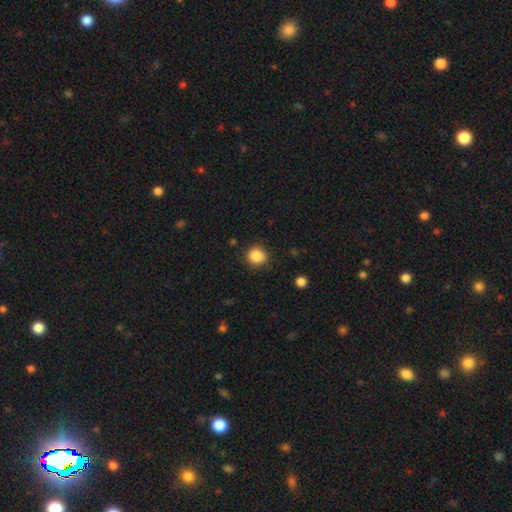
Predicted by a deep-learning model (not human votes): smooth_or_featured: smooth (p=0.87) [alt: star or artifact p=0.10]
how_rounded: round (p=0.83) [alt: in between p=0.16]
merging: none (p=0.86) [alt: minor disturbance p=0.10]